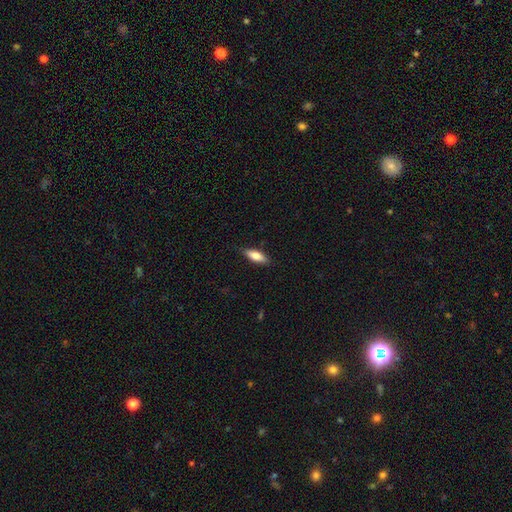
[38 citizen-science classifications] A smooth galaxy with no disk features (76%) that is in between round and cigar-shaped (59%). Merging: none (89%).